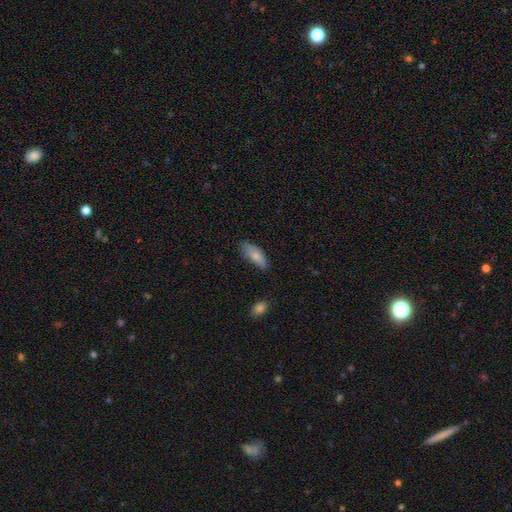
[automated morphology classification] Smooth or featured? smooth (81%)
How rounded? in between (73%)
Merging? none (70%)